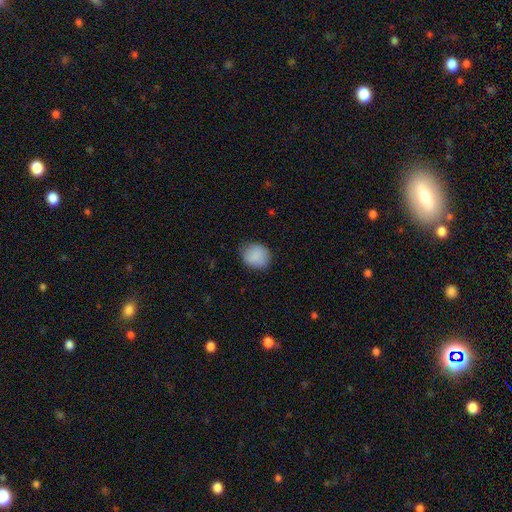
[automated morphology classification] Overall: smooth (88%). How rounded: round (71%). Merging: none (79%).